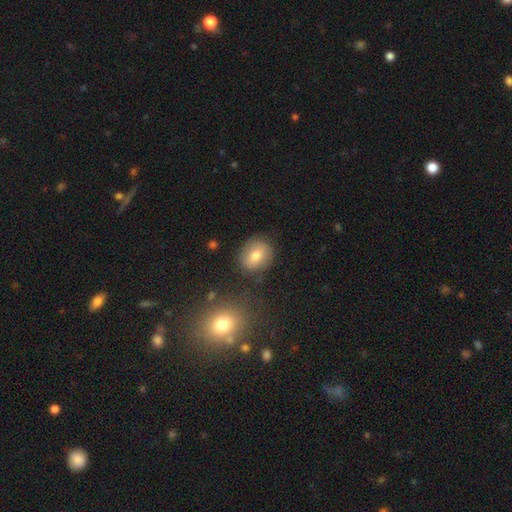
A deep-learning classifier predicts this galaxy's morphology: smooth-or-featured: smooth: 73% | featured or disk: 17% | star or artifact: 10%
  how-rounded: round: 61% | in between: 38% | cigar-shaped: 1%
  merging: none: 84% | minor disturbance: 10% | major disturbance: 3% | merger: 3%